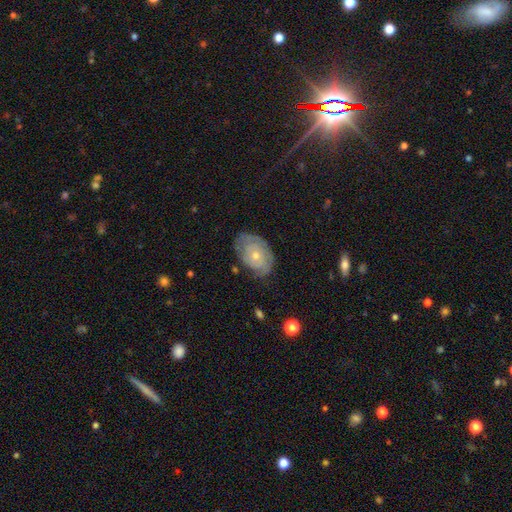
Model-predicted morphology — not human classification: Smooth or featured?
  - featured or disk: 66% *
  - smooth: 25%
  - star or artifact: 8%
Edge-on disk?
  - no: 95% *
  - yes: 5%
Bar?
  - no: 84% *
  - weak: 14%
  - strong: 3%
Spiral arms?
  - yes: 76% *
  - no: 24%
Bulge size?
  - small: 64% *
  - moderate: 33%
  - none: 1%
  - large: 1%
  - dominant: 1%
Merging?
  - none: 70% *
  - minor disturbance: 22%
  - major disturbance: 7%
  - merger: 1%